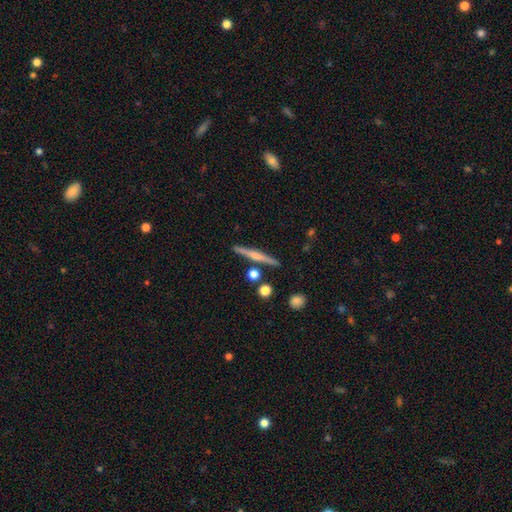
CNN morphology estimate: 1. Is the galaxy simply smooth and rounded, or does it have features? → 60% featured or disk, 33% smooth, 7% star or artifact.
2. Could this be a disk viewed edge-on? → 97% yes, 3% no.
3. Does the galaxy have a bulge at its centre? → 64% rounded, 24% none, 12% boxy.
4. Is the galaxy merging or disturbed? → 87% none, 7% minor disturbance, 4% merger, 2% major disturbance.